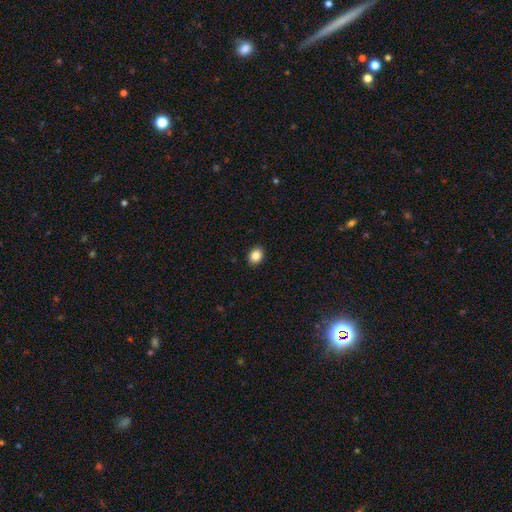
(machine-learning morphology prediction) smooth_or_featured: smooth (p=0.87) [alt: star or artifact p=0.09]
how_rounded: in between (p=0.56) [alt: round p=0.43]
merging: none (p=0.91) [alt: minor disturbance p=0.06]